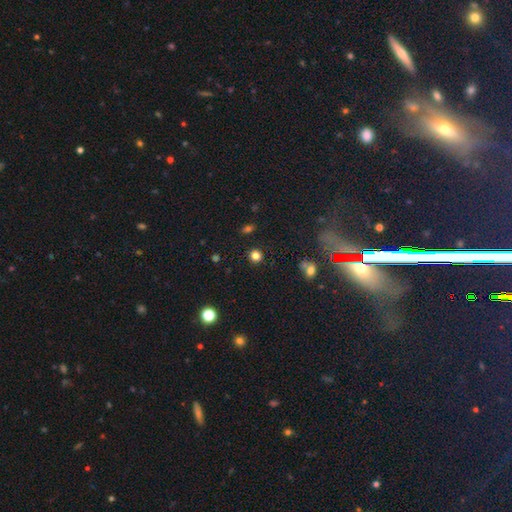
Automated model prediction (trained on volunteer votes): smooth_or_featured: smooth (p=0.81) [alt: star or artifact p=0.15]
how_rounded: round (p=0.89) [alt: in between p=0.10]
merging: none (p=0.89) [alt: minor disturbance p=0.07]